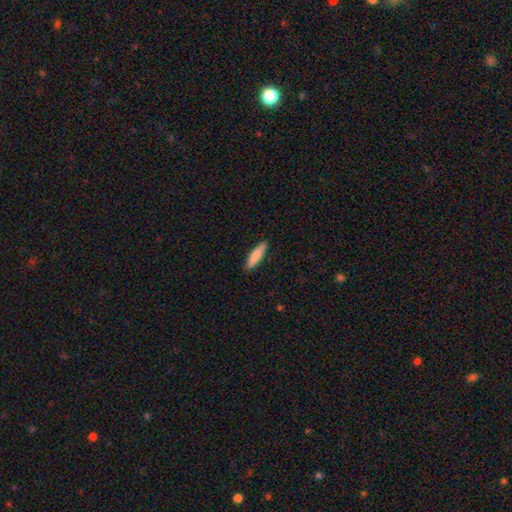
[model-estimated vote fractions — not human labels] Smooth or featured: smooth — 83% (featured or disk — 12%)
How rounded: cigar-shaped — 75% (in between — 24%)
Merging: none — 89% (minor disturbance — 8%)